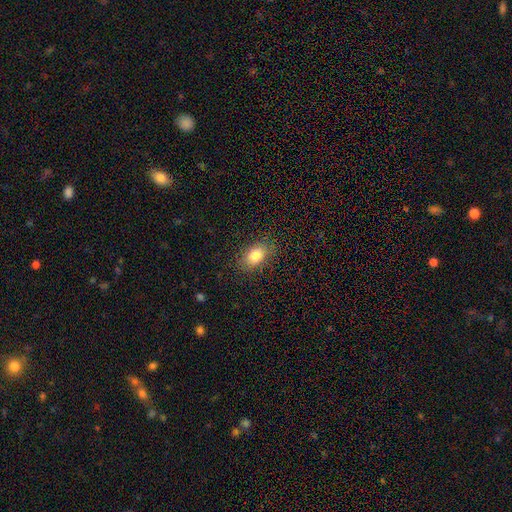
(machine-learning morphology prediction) Q: Smooth or featured?
A: smooth (82%); runner-up: star or artifact (9%)
Q: How rounded?
A: in between (83%); runner-up: round (14%)
Q: Merging?
A: none (84%); runner-up: minor disturbance (12%)